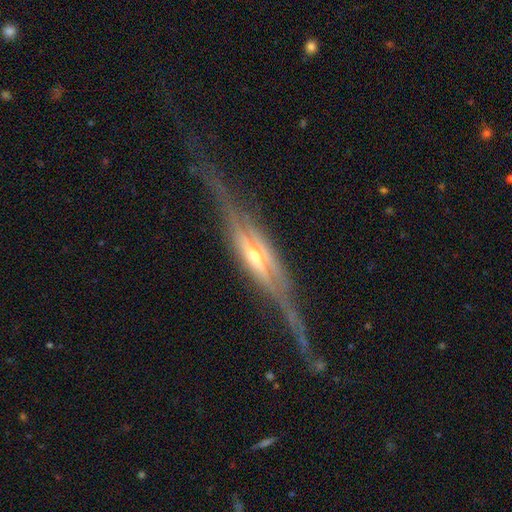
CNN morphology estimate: This appears to be a featured or disk galaxy (84%) viewed edge-on (93%) with a rounded central bulge (76%). Merging: none (66%).